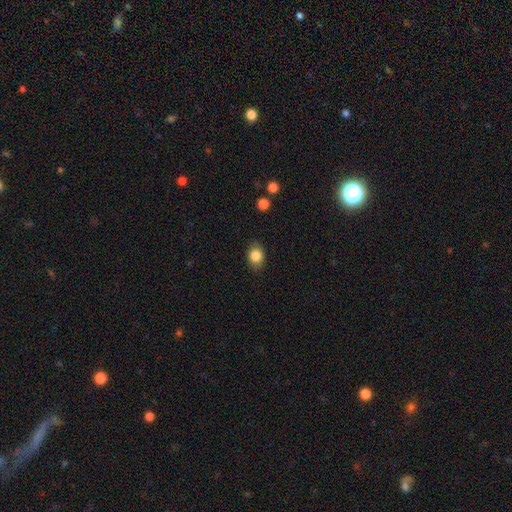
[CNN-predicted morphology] smooth_or_featured: smooth (p=0.85) [alt: star or artifact p=0.09]
how_rounded: in between (p=0.54) [alt: round p=0.45]
merging: none (p=0.83) [alt: minor disturbance p=0.13]